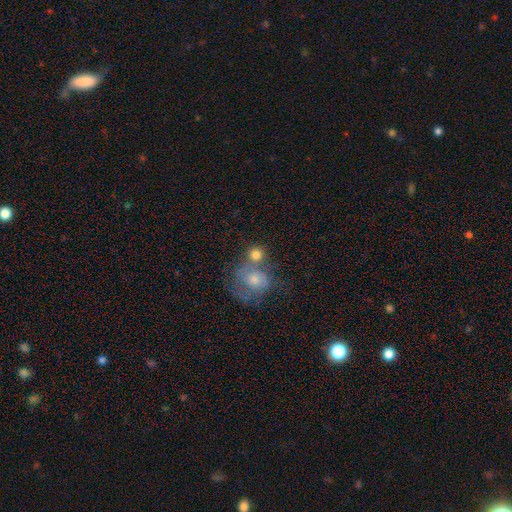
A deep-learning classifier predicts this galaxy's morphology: Smooth or featured? smooth (69%)
How rounded? round (81%)
Merging? merger (40%, tied with none)